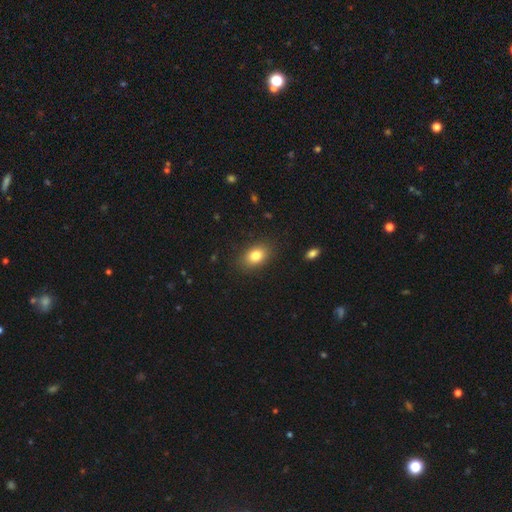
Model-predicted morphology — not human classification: A smooth galaxy with no disk features (82%) that is in between round and cigar-shaped (79%).

Vote fractions:
- Smooth or featured? smooth: 82% / star or artifact: 9% / featured or disk: 9%
- How rounded? in between: 79% / round: 20% / cigar-shaped: 1%
- Merging? none: 86% / minor disturbance: 10% / major disturbance: 3% / merger: 1%